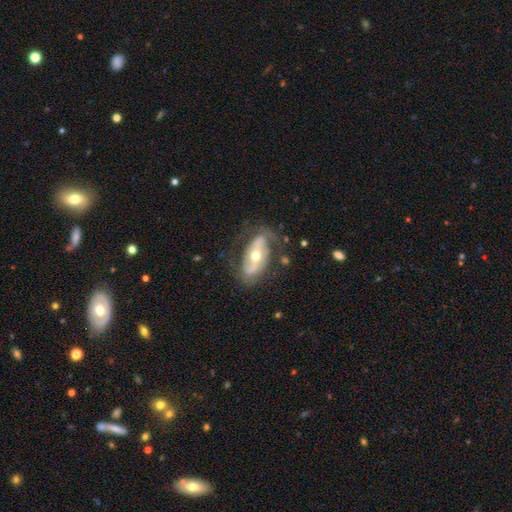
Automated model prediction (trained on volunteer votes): A featured or disk galaxy (74%) with no bar (41%), spiral arms (75%) and a moderate central bulge (64%).

Vote fractions:
- Smooth or featured? featured or disk: 74% / smooth: 20% / star or artifact: 6%
- Edge-on disk? no: 90% / yes: 10%
- Bar? no: 41% / strong: 32% / weak: 27%
- Spiral arms? yes: 75% / no: 25%
- Bulge size? moderate: 64% / small: 31% / large: 4% / dominant: 1% / none: 1%
- Merging? none: 65% / minor disturbance: 20% / major disturbance: 12% / merger: 2%